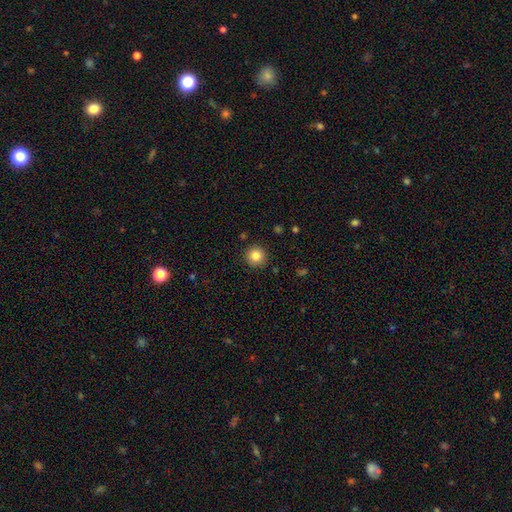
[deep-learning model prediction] Smooth or featured? Predicted: smooth (p=0.84). How rounded? Predicted: round (p=0.95). Merging? Predicted: none (p=0.91).